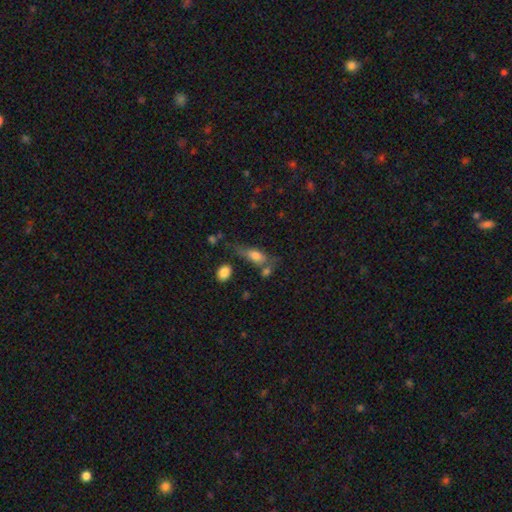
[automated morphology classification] smooth-or-featured: smooth: 69% | featured or disk: 21% | star or artifact: 10%
  how-rounded: in between: 72% | cigar-shaped: 22% | round: 5%
  merging: none: 44% | minor disturbance: 24% | merger: 18% | major disturbance: 14%